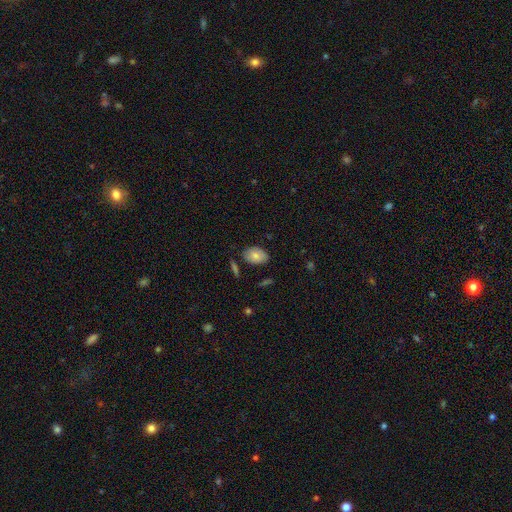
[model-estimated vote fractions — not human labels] smooth 78%, featured or disk 15%, star or artifact 7%. Down the decision tree: how rounded — in between (88%); merging — none (76%).